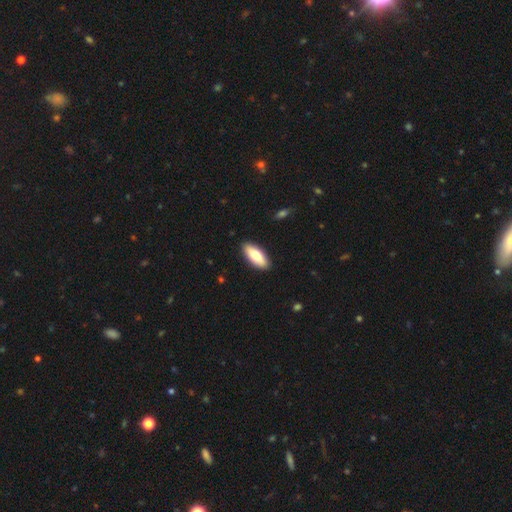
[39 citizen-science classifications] smooth-or-featured: smooth: 79% | featured or disk: 15% | star or artifact: 5%
  how-rounded: in between: 71% | cigar-shaped: 26% | round: 3%
  merging: none: 89% | minor disturbance: 11% | major disturbance: 0% | merger: 0%